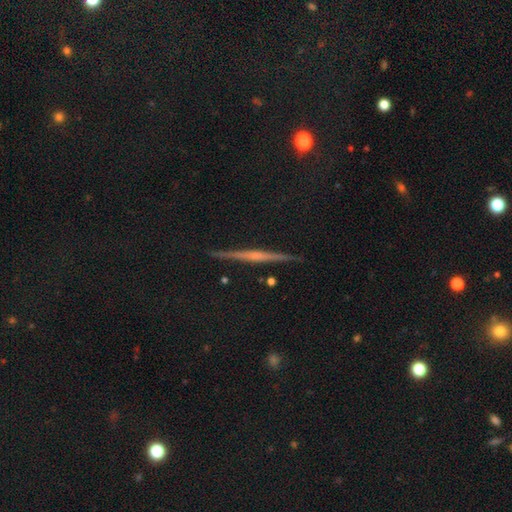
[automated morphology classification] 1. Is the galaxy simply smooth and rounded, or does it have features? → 72% featured or disk, 18% smooth, 10% star or artifact.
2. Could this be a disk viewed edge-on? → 98% yes, 2% no.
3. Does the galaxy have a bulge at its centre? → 46% rounded, 40% none, 15% boxy.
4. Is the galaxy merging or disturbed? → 91% none, 6% minor disturbance, 1% major disturbance, 1% merger.